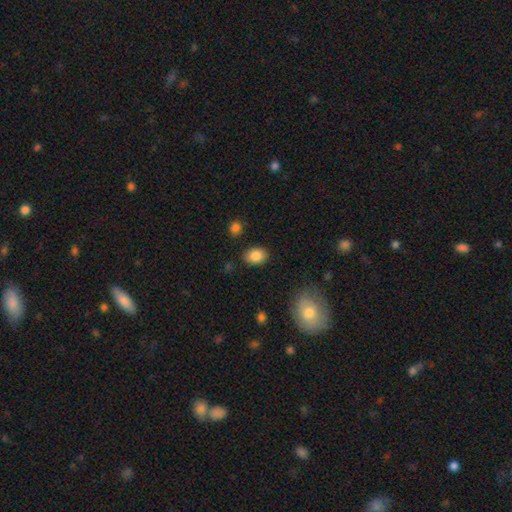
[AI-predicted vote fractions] smooth_or_featured: smooth (p=0.86) [alt: star or artifact p=0.08]
how_rounded: in between (p=0.70) [alt: round p=0.29]
merging: none (p=0.85) [alt: minor disturbance p=0.10]